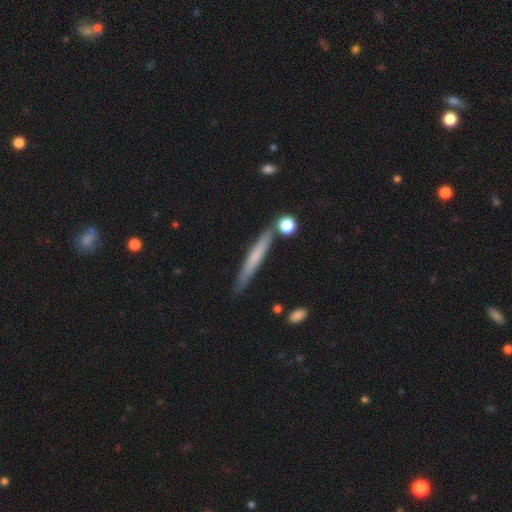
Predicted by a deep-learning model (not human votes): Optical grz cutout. It shows a smooth galaxy with no disk features (54%) that is cigar-shaped (95%). Merging: none (82%).